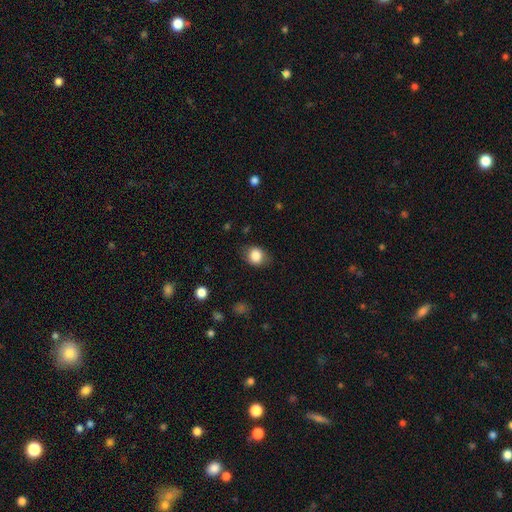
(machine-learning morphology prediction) Overall: smooth (84%). How rounded: round (57%; in between 42%). Merging: none (77%).